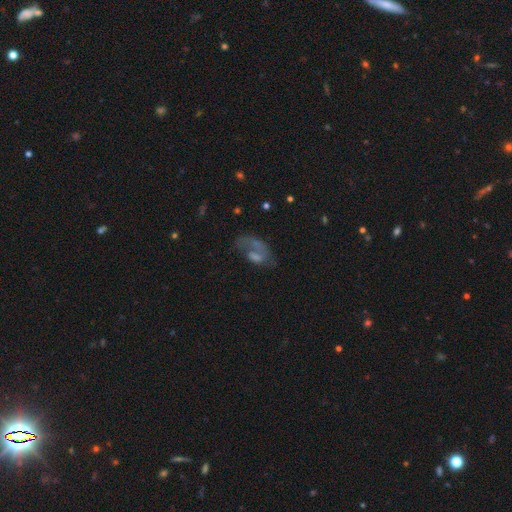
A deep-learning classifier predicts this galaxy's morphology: A featured or disk galaxy (51%). Merging: major disturbance (38%).